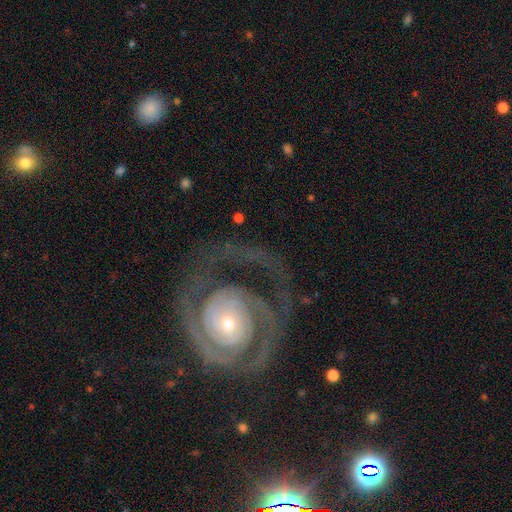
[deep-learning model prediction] A featured or disk galaxy (86%) with no bar (73%), 2 (50%) tight (64%) spiral arms (91%) and a small central bulge (67%). Merging: none (60%).